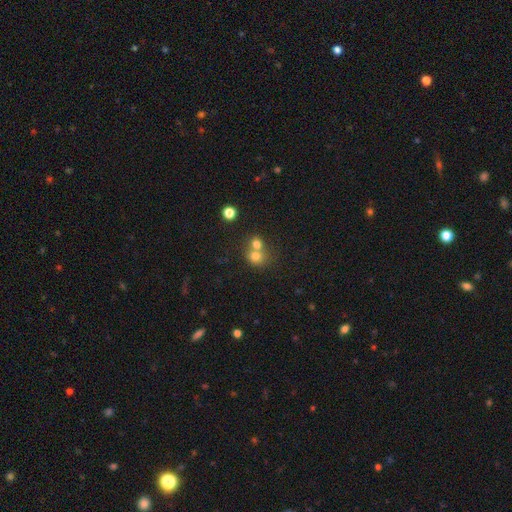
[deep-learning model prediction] smooth_or_featured: smooth (p=0.74) [alt: star or artifact p=0.14]
how_rounded: round (p=0.76) [alt: in between p=0.23]
merging: merger (p=0.55) [alt: none p=0.36]